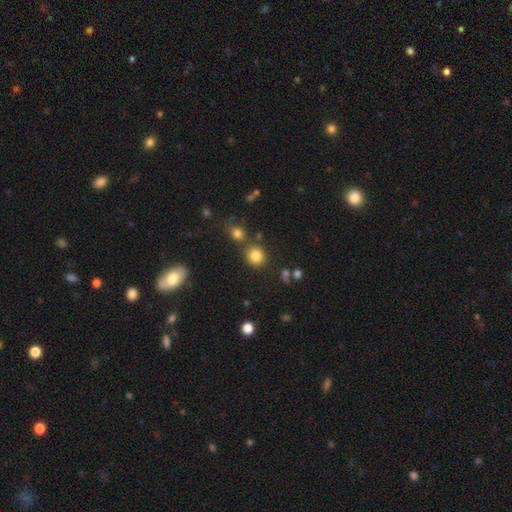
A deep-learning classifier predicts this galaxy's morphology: type=smooth (81%); roundness=round (85%); merging=none (74%).